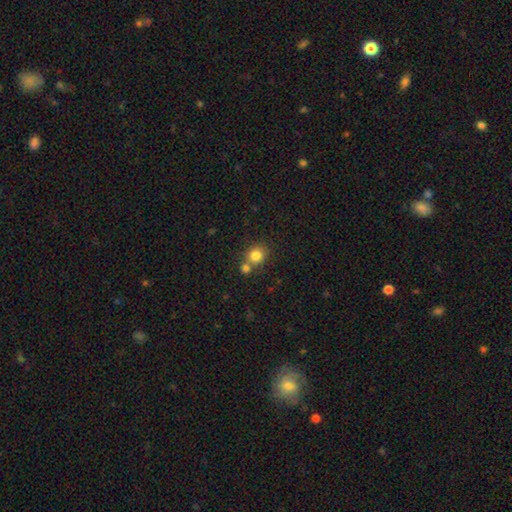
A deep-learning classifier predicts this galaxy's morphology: Smooth or featured? Predicted: smooth (p=0.82). How rounded? Predicted: round (p=0.81). Merging? Predicted: none (p=0.58).